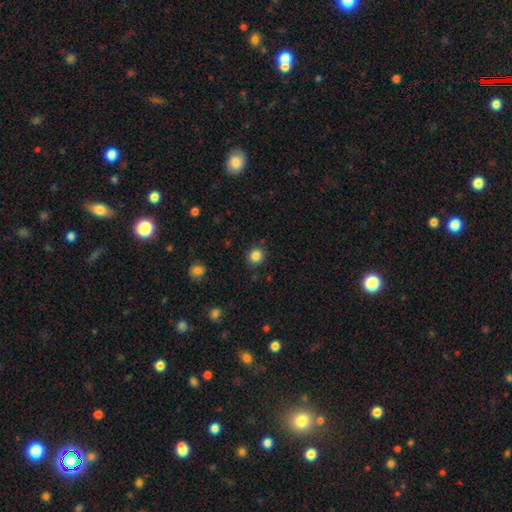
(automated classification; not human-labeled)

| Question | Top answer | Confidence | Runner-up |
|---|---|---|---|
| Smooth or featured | smooth | 85% | star or artifact (11%) |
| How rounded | round | 86% | in between (13%) |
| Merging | none | 88% | minor disturbance (8%) |